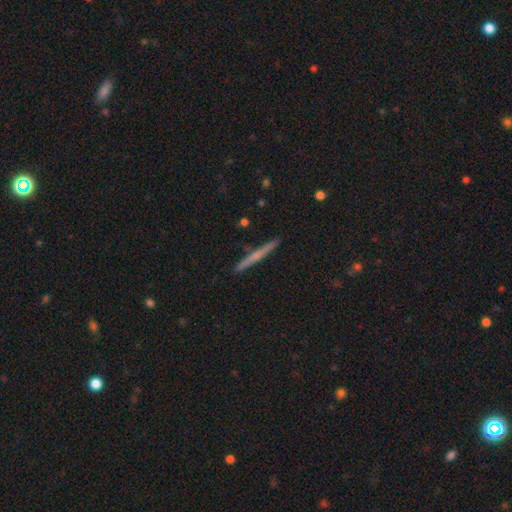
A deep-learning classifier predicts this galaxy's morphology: Smooth or featured? featured or disk (50%)
Edge-on disk? yes (98%)
Merging? none (92%)